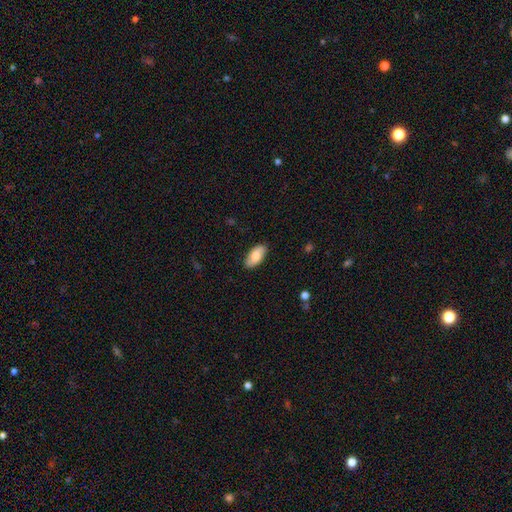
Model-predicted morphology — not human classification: Smooth or featured: smooth — 71% (featured or disk — 23%)
How rounded: in between — 93% (cigar-shaped — 4%)
Merging: none — 87% (minor disturbance — 10%)